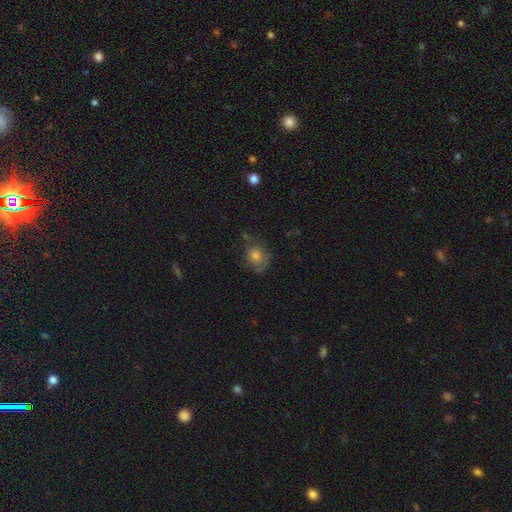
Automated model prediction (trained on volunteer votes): Overall: smooth (59%; featured or disk 29%). How rounded: round (67%; in between 32%). Merging: none (58%; minor disturbance 26%).